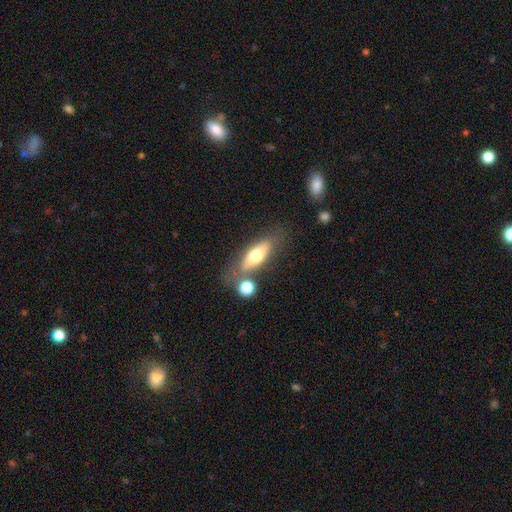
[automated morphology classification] This appears to be a smooth galaxy with no disk features (60%) that is in between round and cigar-shaped (60%). Merging: none (63%).